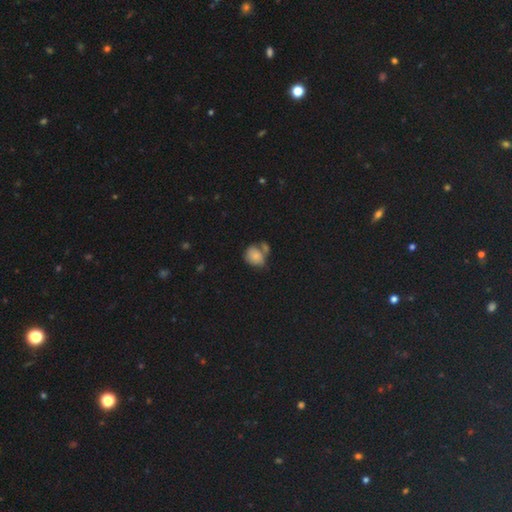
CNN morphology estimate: A smooth galaxy with no disk features (80%) that is round (56%). Merging: none (41%).